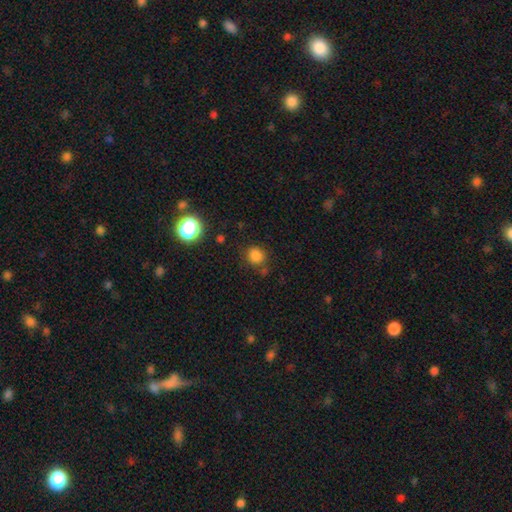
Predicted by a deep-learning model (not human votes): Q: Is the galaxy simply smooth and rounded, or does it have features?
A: smooth — 81%.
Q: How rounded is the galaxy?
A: round — 82%.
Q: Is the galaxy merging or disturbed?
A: none — 75%.